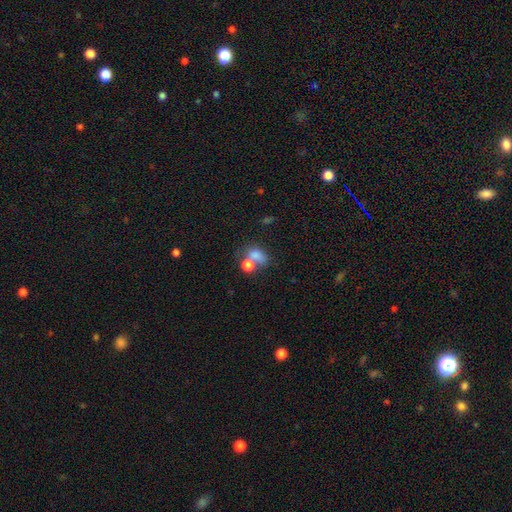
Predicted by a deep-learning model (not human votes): A smooth galaxy with no disk features (74%) that is in between round and cigar-shaped (62%).

Vote fractions:
- Smooth or featured? smooth: 74% / star or artifact: 13% / featured or disk: 12%
- How rounded? in between: 62% / round: 35% / cigar-shaped: 2%
- Merging? merger: 46% / none: 32% / minor disturbance: 12% / major disturbance: 10%